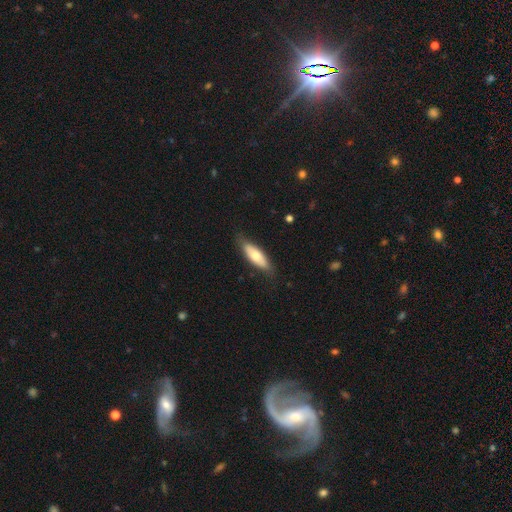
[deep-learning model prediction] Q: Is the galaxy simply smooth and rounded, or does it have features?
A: smooth — 67%.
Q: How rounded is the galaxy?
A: in between — 59%.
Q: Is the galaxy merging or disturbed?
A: none — 80%.